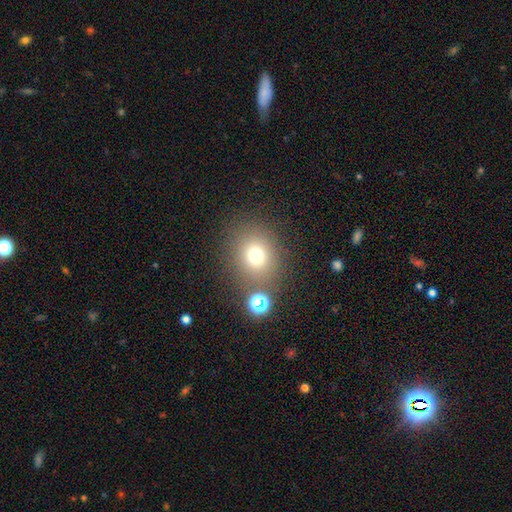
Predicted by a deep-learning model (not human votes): smooth_or_featured: smooth (p=0.72) [alt: star or artifact p=0.18]
how_rounded: round (p=0.73) [alt: in between p=0.26]
merging: none (p=0.77) [alt: minor disturbance p=0.10]